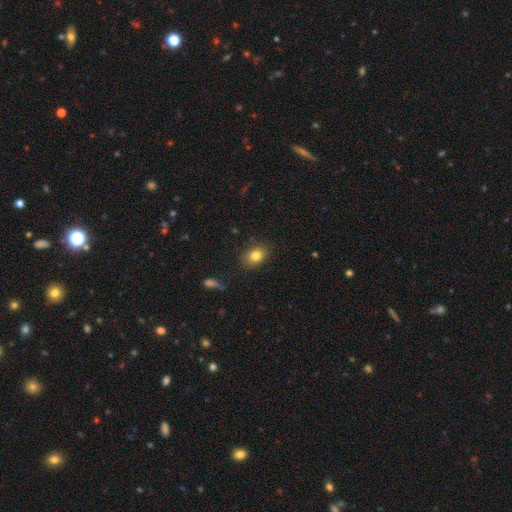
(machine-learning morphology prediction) Overall: smooth (82%). How rounded: in between (62%; round 36%). Merging: none (83%).